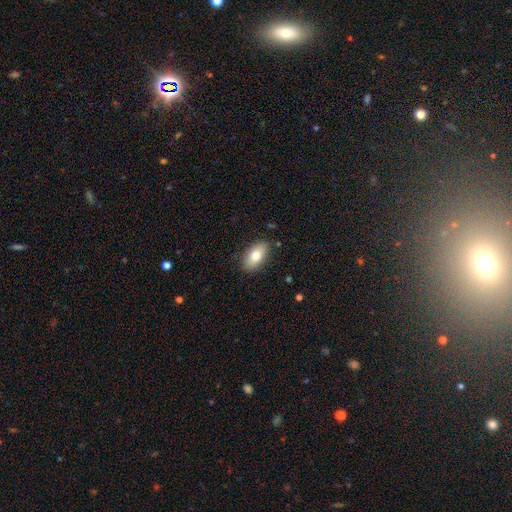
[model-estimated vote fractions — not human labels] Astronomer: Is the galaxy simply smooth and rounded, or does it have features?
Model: smooth — 79%.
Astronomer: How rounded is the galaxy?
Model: in between — 92%.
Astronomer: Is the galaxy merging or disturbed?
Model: none — 86%.